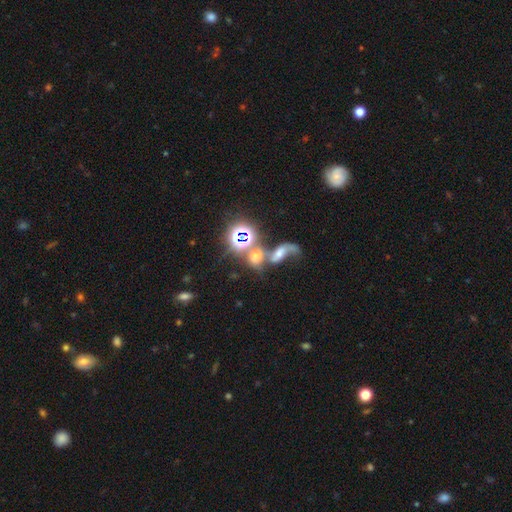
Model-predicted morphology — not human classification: Smooth or featured: smooth — 41% (star or artifact — 38%)
Merging: merger — 57% (none — 23%)